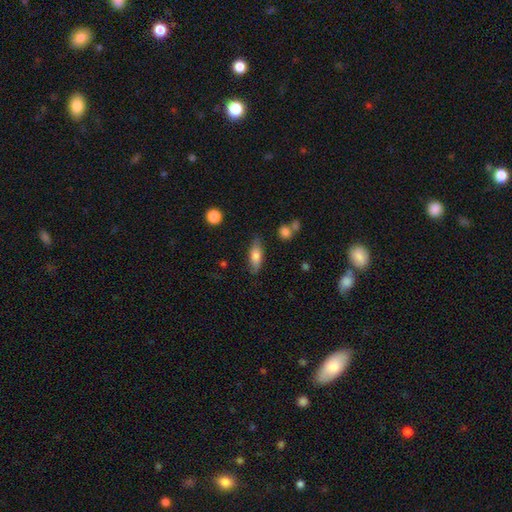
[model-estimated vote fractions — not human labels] Smooth or featured? smooth (75%)
How rounded? in between (69%)
Merging? none (78%)